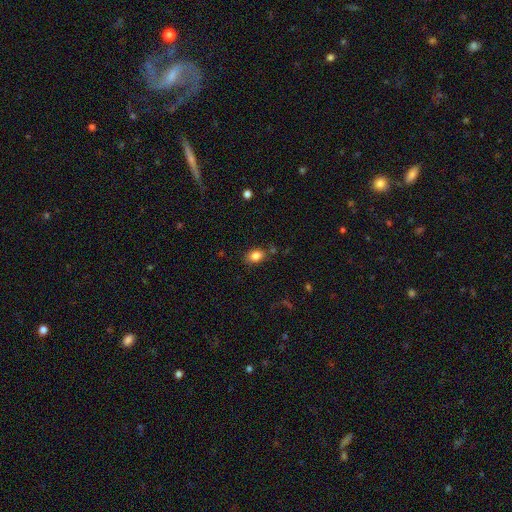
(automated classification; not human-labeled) This is clearly a smooth galaxy (84%). How rounded: clearly in between (83%). Merging: likely none (77%).